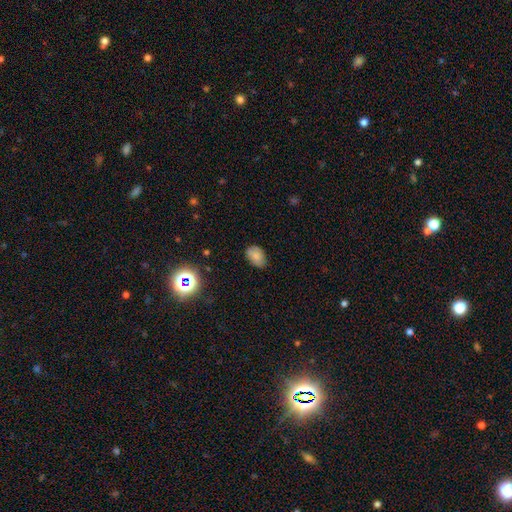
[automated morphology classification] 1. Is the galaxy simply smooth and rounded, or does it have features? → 77% smooth, 12% star or artifact, 11% featured or disk.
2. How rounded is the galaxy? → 85% in between, 14% round, 1% cigar-shaped.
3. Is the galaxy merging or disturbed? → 71% none, 23% minor disturbance, 4% major disturbance, 2% merger.